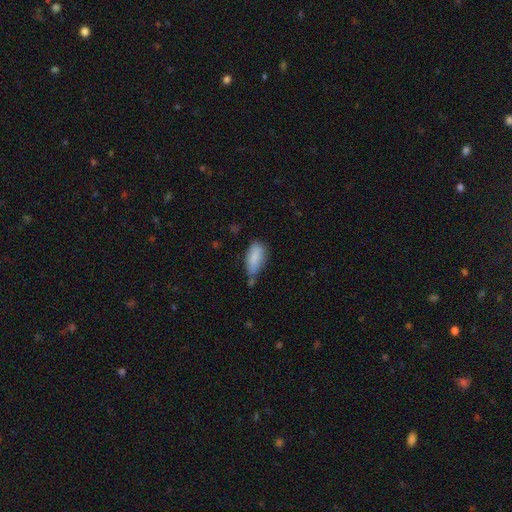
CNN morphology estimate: Smooth or featured? Predicted: smooth (p=0.85). How rounded? Predicted: in between (p=0.87). Merging? Predicted: none (p=0.44).